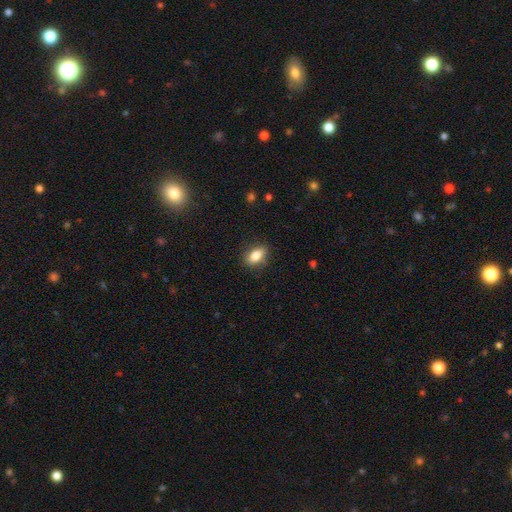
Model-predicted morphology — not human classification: Smooth or featured: smooth — 84% (featured or disk — 8%)
How rounded: in between — 86% (round — 8%)
Merging: none — 84% (minor disturbance — 12%)